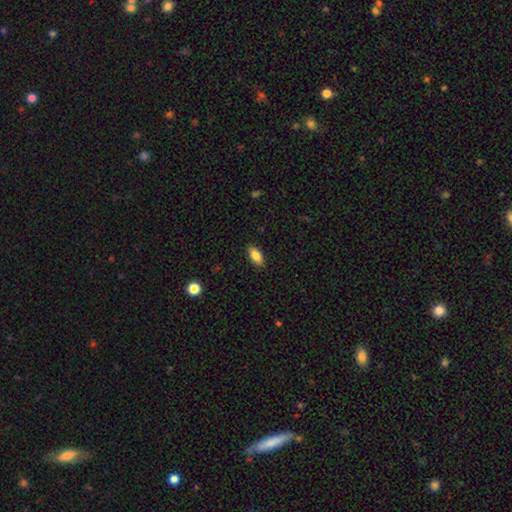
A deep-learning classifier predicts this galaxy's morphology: Overall: smooth (84%). How rounded: in between (87%). Merging: none (88%).